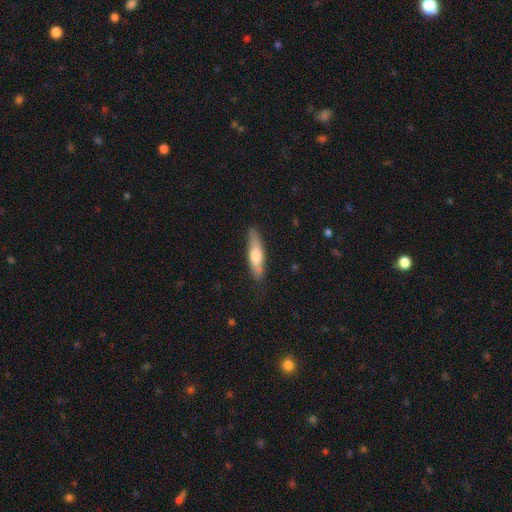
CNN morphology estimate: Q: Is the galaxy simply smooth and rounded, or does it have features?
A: smooth — 62%.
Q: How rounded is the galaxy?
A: cigar-shaped — 70%.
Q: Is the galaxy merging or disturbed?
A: none — 80%.